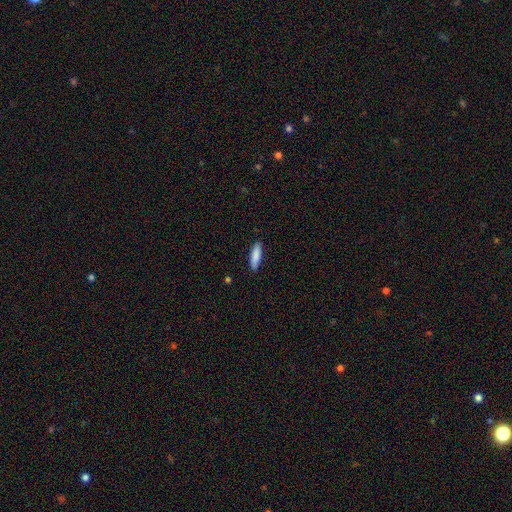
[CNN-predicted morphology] Overall: smooth (85%). How rounded: cigar-shaped (66%; in between 33%). Merging: none (86%).